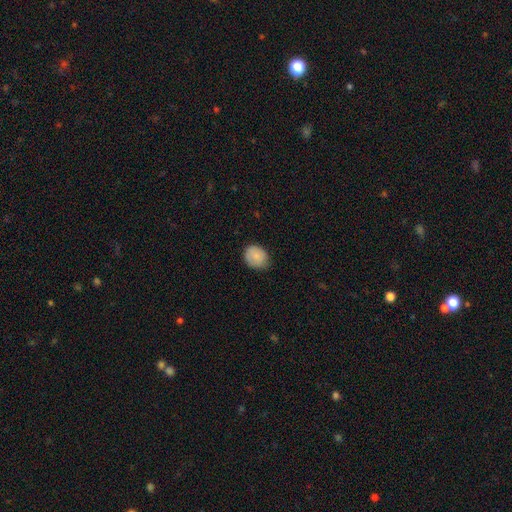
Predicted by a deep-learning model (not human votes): A smooth galaxy with no disk features (83%) that is round (61%).

Vote fractions:
- Smooth or featured? smooth: 83% / featured or disk: 10% / star or artifact: 8%
- How rounded? round: 61% / in between: 38% / cigar-shaped: 1%
- Merging? none: 74% / minor disturbance: 21% / major disturbance: 4% / merger: 1%